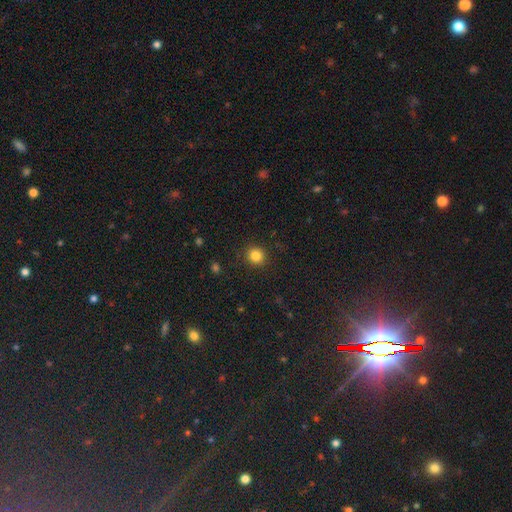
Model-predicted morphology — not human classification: Smooth or featured? Predicted: smooth (p=0.83). How rounded? Predicted: round (p=0.88). Merging? Predicted: none (p=0.90).